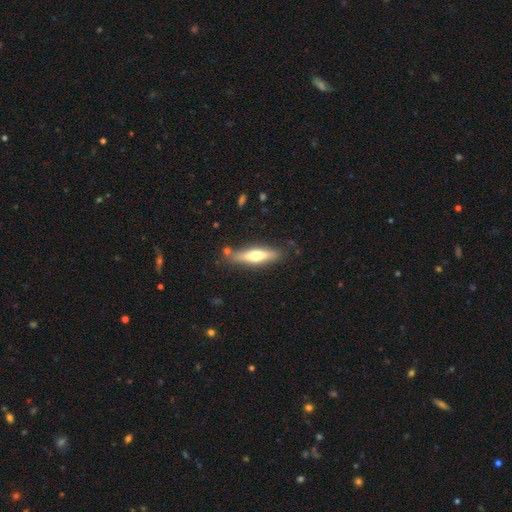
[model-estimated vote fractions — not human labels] This is possibly a smooth galaxy (49%). Merging: likely none (78%).